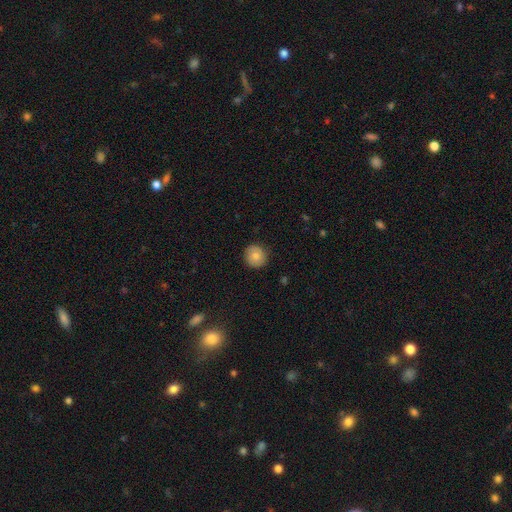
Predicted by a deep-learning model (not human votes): Smooth or featured? Predicted: smooth (p=0.71). How rounded? Predicted: round (p=0.92). Merging? Predicted: none (p=0.87).